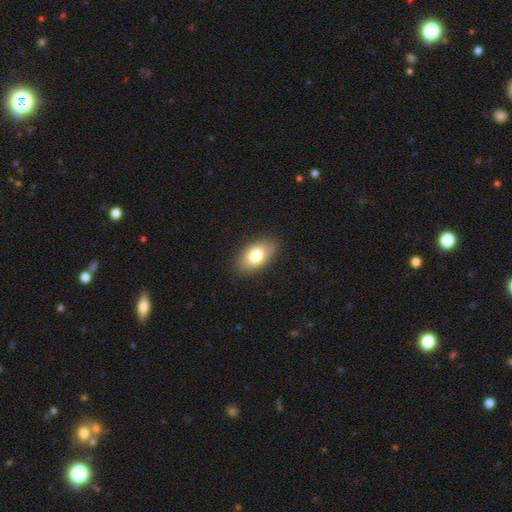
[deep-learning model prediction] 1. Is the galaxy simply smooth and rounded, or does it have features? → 77% smooth, 16% featured or disk, 7% star or artifact.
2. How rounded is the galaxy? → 91% in between, 7% round, 2% cigar-shaped.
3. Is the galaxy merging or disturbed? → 85% none, 11% minor disturbance, 3% major disturbance, 1% merger.